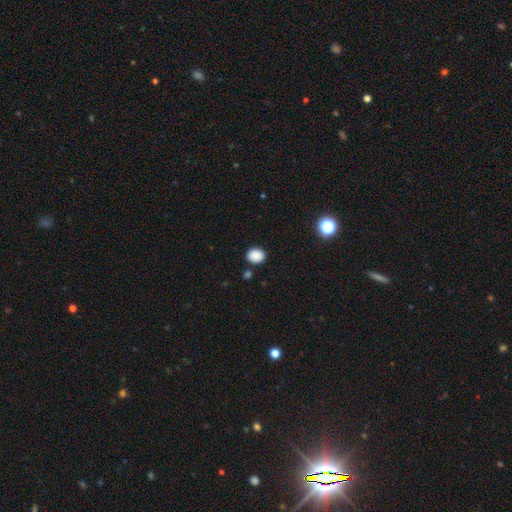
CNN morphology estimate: Smooth or featured? smooth (88%)
How rounded? in between (50%, tied with round)
Merging? none (87%)